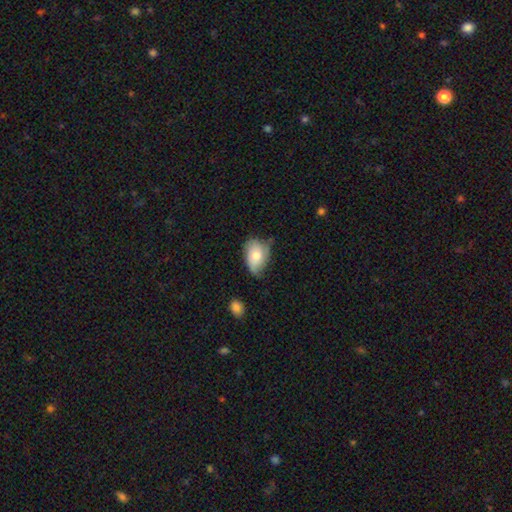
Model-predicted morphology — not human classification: Overall: smooth (68%). How rounded: in between (85%). Merging: minor disturbance (43%; none 40%).